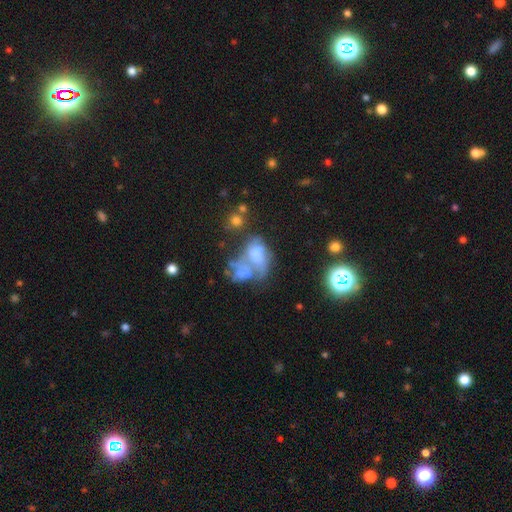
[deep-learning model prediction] Smooth or featured? featured or disk (46%)
Merging? merger (44%)